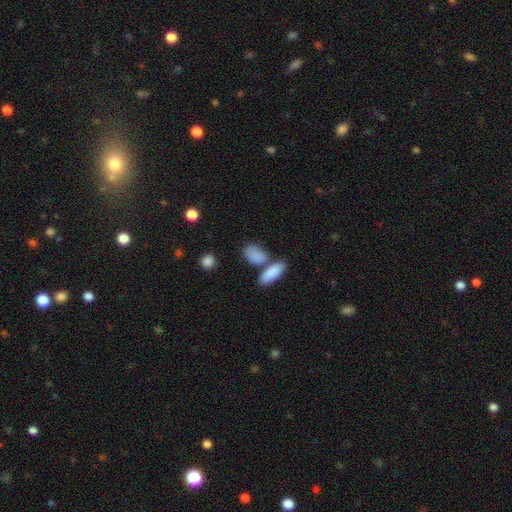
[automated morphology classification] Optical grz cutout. It shows a smooth galaxy with no disk features (87%) that is in between round and cigar-shaped (84%). Merging: none (55%).